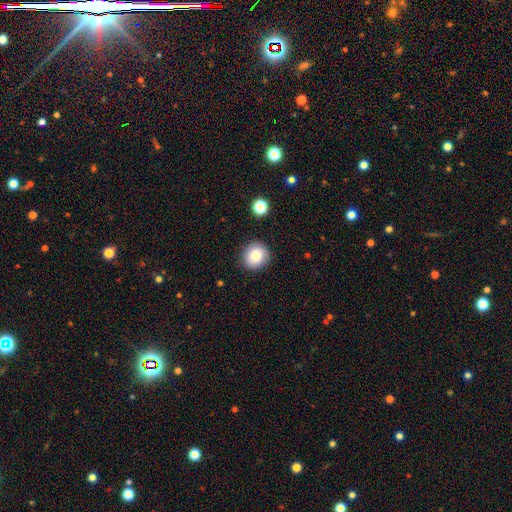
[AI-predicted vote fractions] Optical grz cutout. It shows a smooth galaxy with no disk features (77%) that is round (87%). Merging: none (86%).